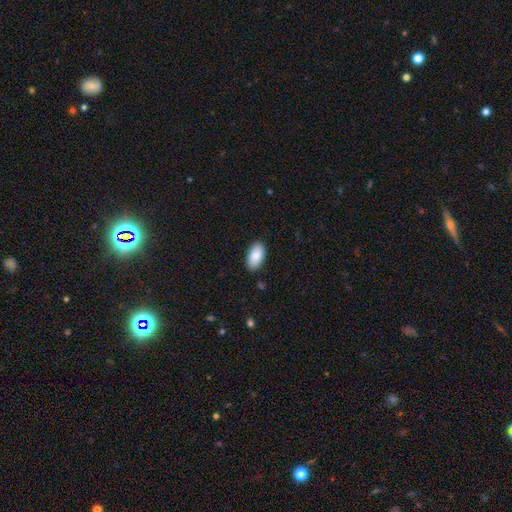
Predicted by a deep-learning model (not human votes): This appears to be a smooth galaxy with no disk features (87%) that is in between round and cigar-shaped (95%). Merging: none (88%).